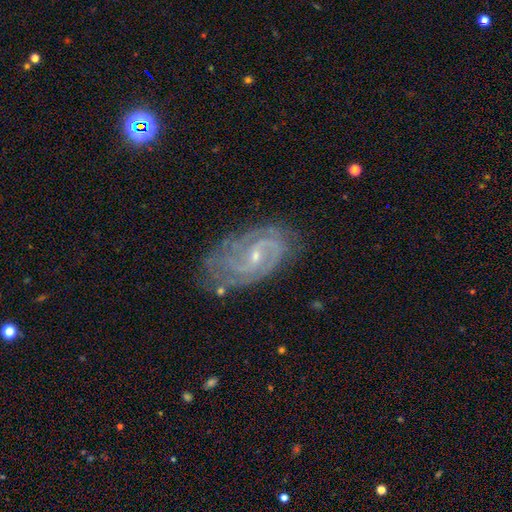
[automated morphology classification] Smooth or featured?
  - featured or disk: 88% *
  - star or artifact: 7%
  - smooth: 5%
Edge-on disk?
  - no: 97% *
  - yes: 3%
Bar?
  - weak: 48% *
  - no: 39%
  - strong: 13%
Spiral arms?
  - yes: 98% *
  - no: 2%
Spiral winding?
  - tight: 50% *
  - medium: 41%
  - loose: 9%
Spiral arm count?
  - 2: 63% *
  - 3: 12%
  - can't tell: 12%
  - 4: 5%
  - 1: 4%
  - more than 4: 4%
Bulge size?
  - small: 75% *
  - moderate: 21%
  - none: 2%
  - large: 1%
  - dominant: 1%
Merging?
  - none: 73% *
  - minor disturbance: 19%
  - major disturbance: 6%
  - merger: 2%